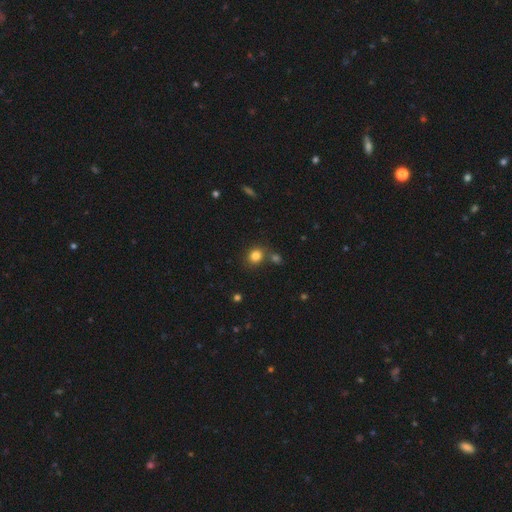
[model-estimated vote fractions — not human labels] smooth_or_featured: smooth (p=0.82) [alt: star or artifact p=0.12]
how_rounded: round (p=0.71) [alt: in between p=0.28]
merging: none (p=0.73) [alt: merger p=0.13]